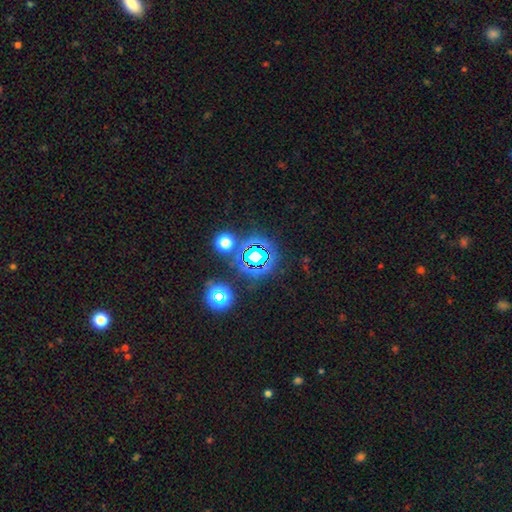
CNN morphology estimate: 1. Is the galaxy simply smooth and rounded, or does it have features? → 68% star or artifact, 21% smooth, 10% featured or disk.